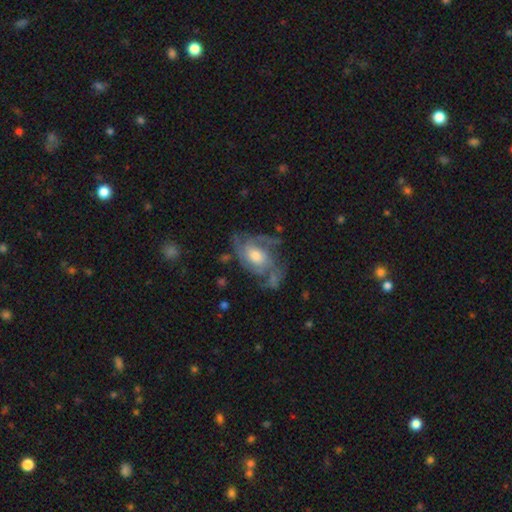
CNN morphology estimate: A featured or disk galaxy (79%) with no bar (68%), 3 (30%) medium (45%) spiral arms (89%) and a moderate central bulge (62%). Merging: none (54%).